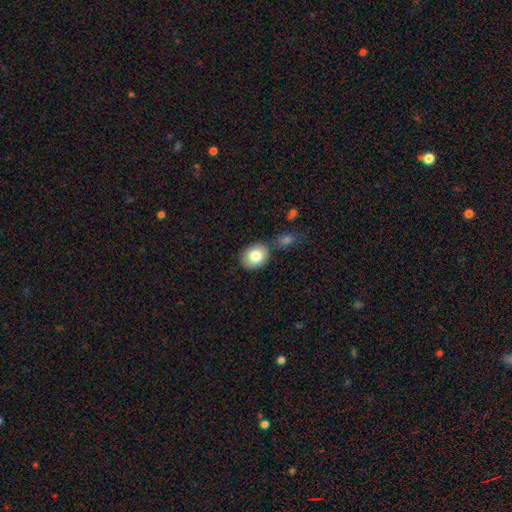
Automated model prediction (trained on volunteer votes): The model was most divided on "how rounded": in between: 52%, round: 47%, cigar-shaped: 1%. More confident: smooth or featured — smooth (82%); merging — none (71%).